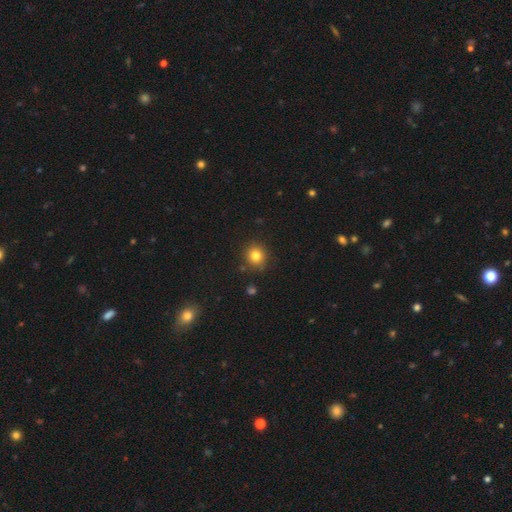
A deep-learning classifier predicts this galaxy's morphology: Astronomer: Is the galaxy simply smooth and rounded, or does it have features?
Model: smooth — 82%.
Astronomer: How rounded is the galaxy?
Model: round — 87%.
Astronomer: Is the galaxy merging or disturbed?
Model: none — 87%.